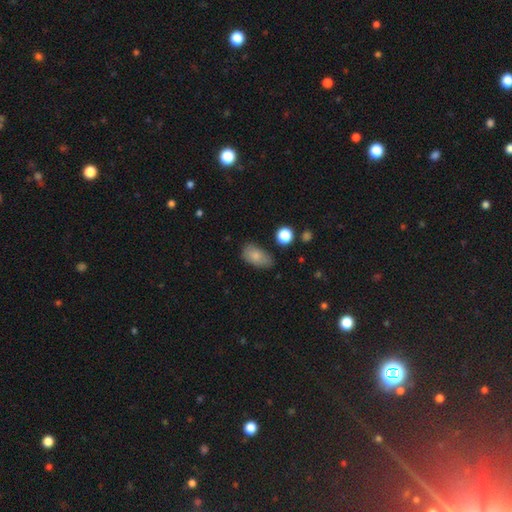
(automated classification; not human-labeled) Smooth or featured? smooth (80%)
How rounded? in between (91%)
Merging? none (61%)